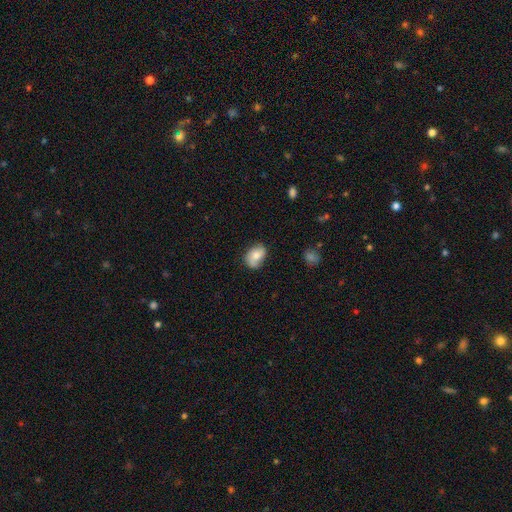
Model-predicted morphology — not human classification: Smooth or featured? Predicted: smooth (p=0.68). How rounded? Predicted: in between (p=0.79). Merging? Predicted: none (p=0.65).